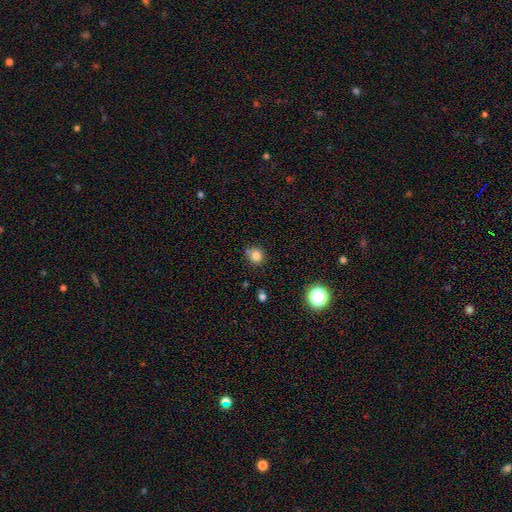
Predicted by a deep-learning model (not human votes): Smooth or featured: smooth — 81% (star or artifact — 13%)
How rounded: round — 84% (in between — 15%)
Merging: none — 69% (minor disturbance — 19%)